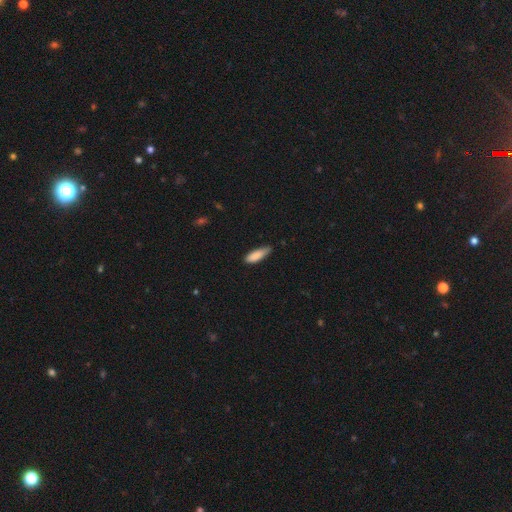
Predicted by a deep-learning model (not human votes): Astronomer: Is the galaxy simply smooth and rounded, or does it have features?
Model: smooth — 86%.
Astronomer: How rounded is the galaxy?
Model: in between — 51% (runner-up: cigar-shaped, 47%).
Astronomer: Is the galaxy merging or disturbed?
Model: none — 60%.